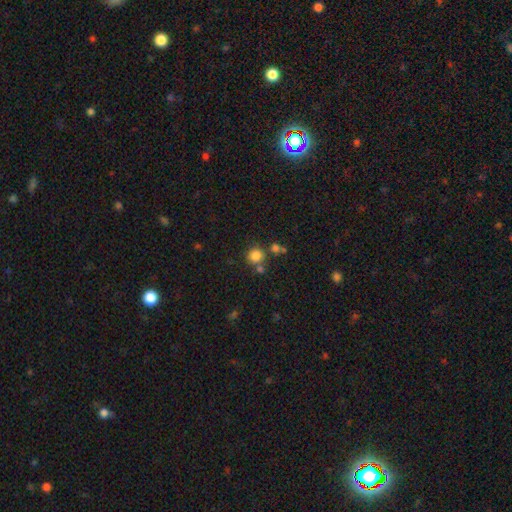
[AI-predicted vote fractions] smooth 82%, star or artifact 13%, featured or disk 6%. Down the decision tree: how rounded — round (91%); merging — none (71%).